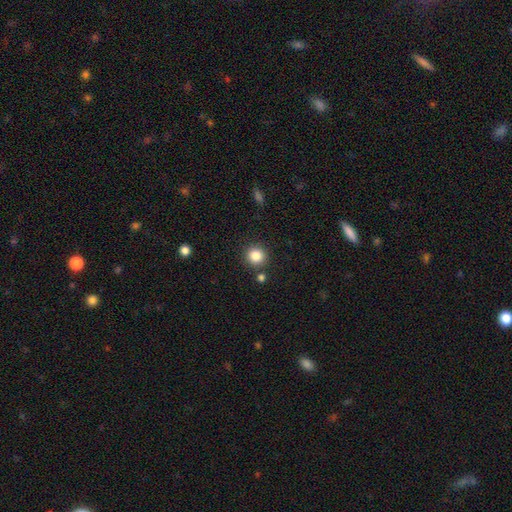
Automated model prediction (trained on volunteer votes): Morphology: type=smooth (85%); roundness=round (92%); merging=none (86%).